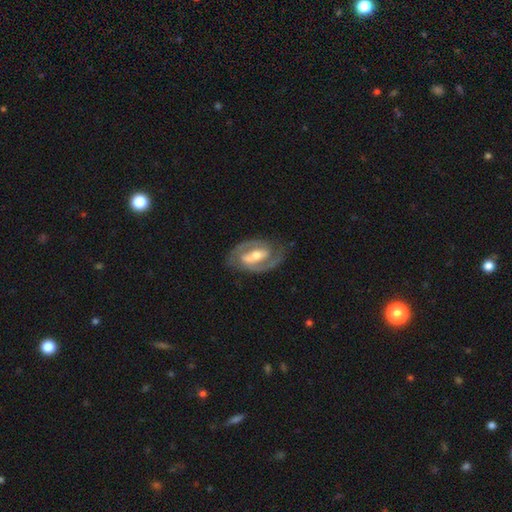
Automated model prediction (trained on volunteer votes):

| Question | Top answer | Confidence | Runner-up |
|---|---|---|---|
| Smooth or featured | featured or disk | 87% | smooth (9%) |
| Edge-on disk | no | 96% | yes (4%) |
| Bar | strong | 52% | weak (32%) |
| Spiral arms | yes | 91% | no (9%) |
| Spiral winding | medium | 45% | tied: tight (45%) |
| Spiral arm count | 2 | 89% | can't tell (5%) |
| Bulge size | moderate | 63% | small (29%) |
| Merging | none | 80% | minor disturbance (13%) |